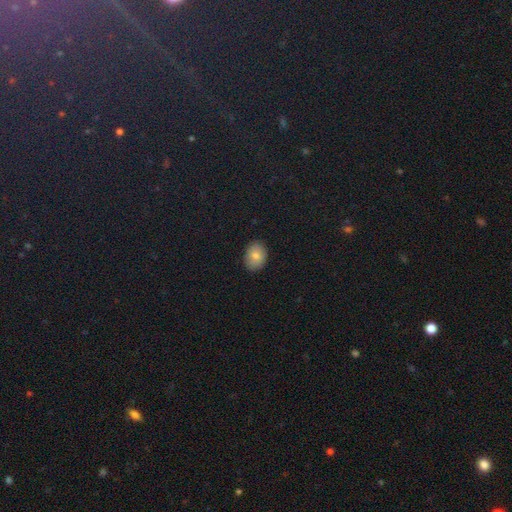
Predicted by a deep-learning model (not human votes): Morphology: type=smooth (82%); roundness=in between (71%); merging=none (88%).